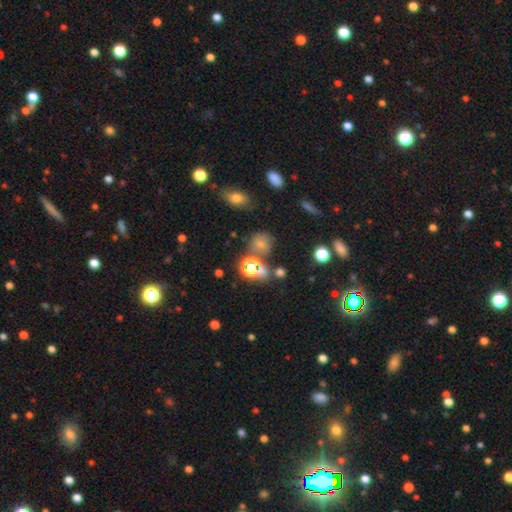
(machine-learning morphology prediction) The model was most divided on "smooth or featured": star or artifact: 46%, smooth: 41%, featured or disk: 13%.